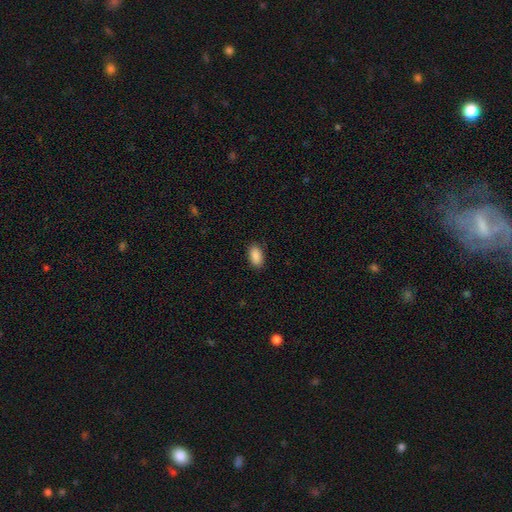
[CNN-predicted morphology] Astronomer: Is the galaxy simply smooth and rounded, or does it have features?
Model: smooth — 90%.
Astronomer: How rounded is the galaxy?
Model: in between — 93%.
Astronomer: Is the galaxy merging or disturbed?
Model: none — 88%.